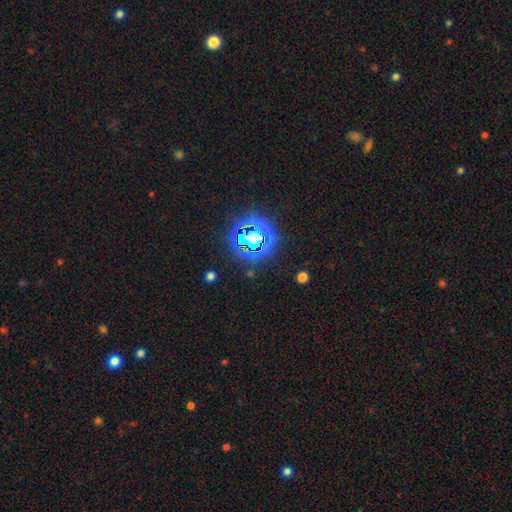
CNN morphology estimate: smooth_or_featured: star or artifact (p=0.85) [alt: smooth p=0.10]